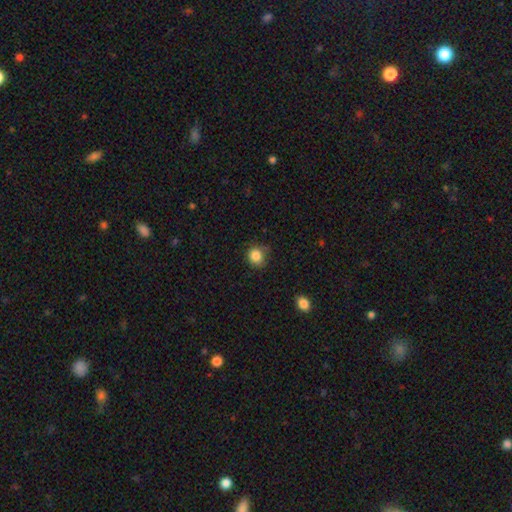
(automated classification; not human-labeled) Q: Smooth or featured?
A: smooth (85%); runner-up: star or artifact (11%)
Q: How rounded?
A: round (81%); runner-up: in between (18%)
Q: Merging?
A: none (75%); runner-up: minor disturbance (20%)